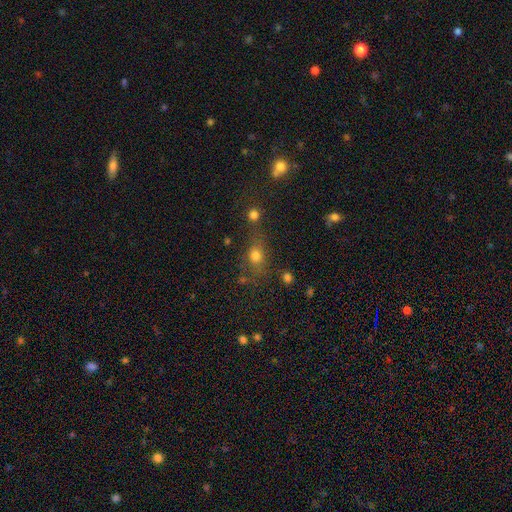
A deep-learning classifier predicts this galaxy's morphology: smooth_or_featured: smooth (p=0.71) [alt: star or artifact p=0.19]
how_rounded: round (p=0.48) [alt: in between p=0.46]
merging: none (p=0.57) [alt: merger p=0.18]